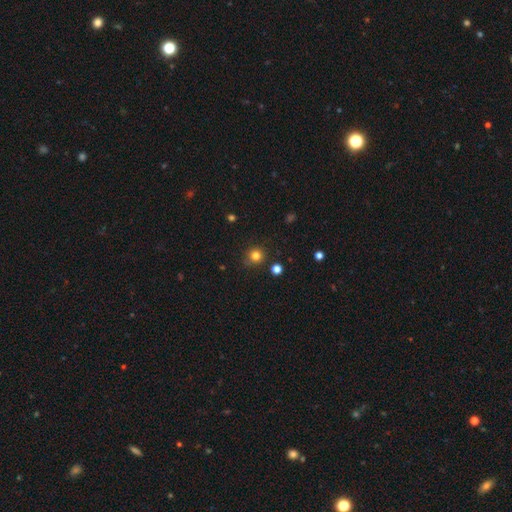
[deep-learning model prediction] This is clearly a smooth galaxy (81%). How rounded: clearly round (91%). Merging: clearly none (84%).